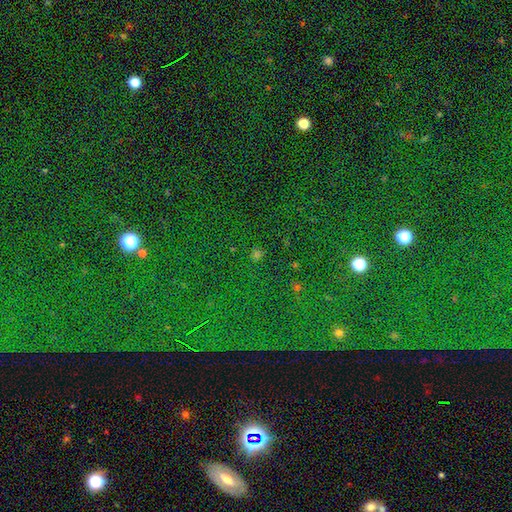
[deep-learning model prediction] This is likely a star or artifact rather than a galaxy (77%).